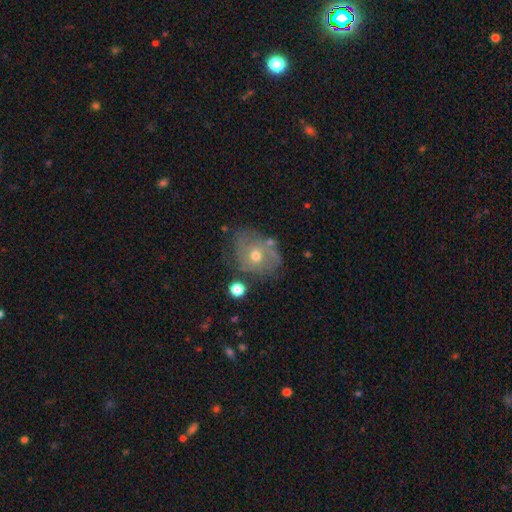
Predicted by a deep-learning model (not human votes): Q: Smooth or featured?
A: featured or disk (55%); runner-up: smooth (32%)
Q: Edge-on disk?
A: no (95%); runner-up: yes (5%)
Q: Bar?
A: no (83%); runner-up: weak (14%)
Q: Spiral arms?
A: yes (59%); runner-up: no (41%)
Q: Bulge size?
A: moderate (61%); runner-up: small (34%)
Q: Merging?
A: none (62%); runner-up: minor disturbance (22%)